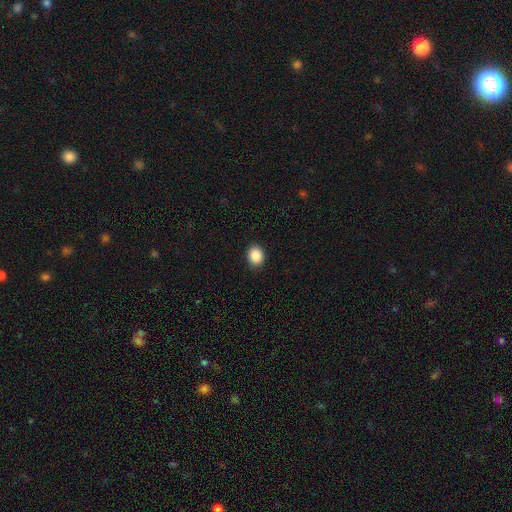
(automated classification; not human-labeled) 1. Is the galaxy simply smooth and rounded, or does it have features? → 89% smooth, 8% star or artifact, 3% featured or disk.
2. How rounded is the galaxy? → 50% in between, 49% round, 1% cigar-shaped.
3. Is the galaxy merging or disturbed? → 90% none, 7% minor disturbance, 2% major disturbance, 1% merger.